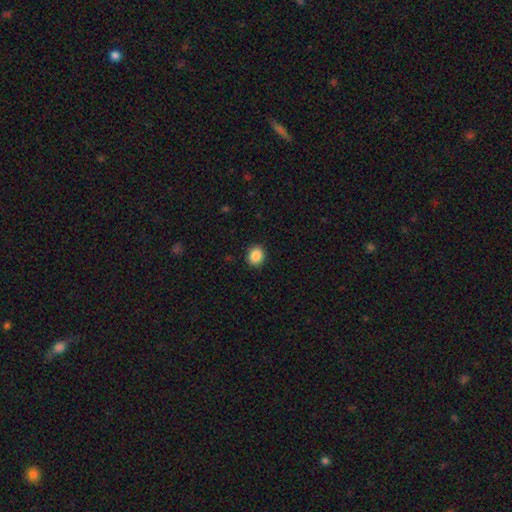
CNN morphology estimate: Smooth or featured?
  - smooth: 88% *
  - star or artifact: 9%
  - featured or disk: 3%
How rounded?
  - round: 75% *
  - in between: 25%
  - cigar-shaped: 1%
Merging?
  - none: 91% *
  - minor disturbance: 6%
  - major disturbance: 2%
  - merger: 1%